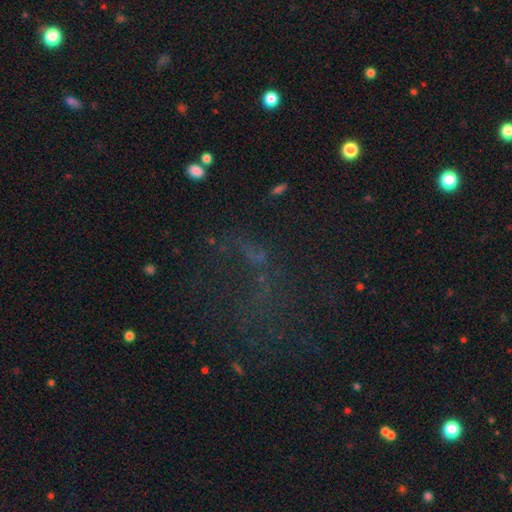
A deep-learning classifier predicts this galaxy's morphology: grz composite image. It shows a star or artifact, not a galaxy (48%).